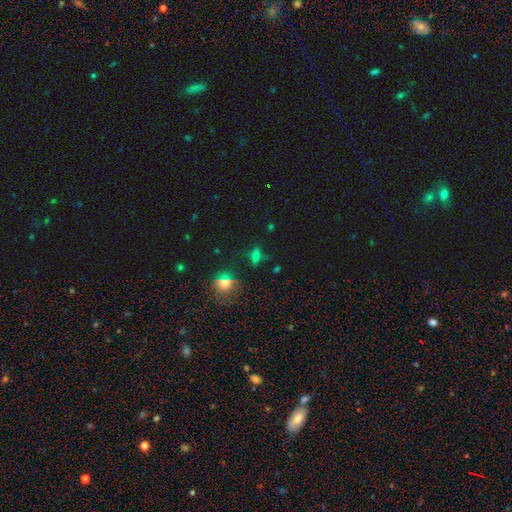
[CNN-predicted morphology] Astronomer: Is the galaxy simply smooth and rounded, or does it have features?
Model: smooth — 51% (runner-up: star or artifact, 37%).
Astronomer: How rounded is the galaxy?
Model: in between — 58%.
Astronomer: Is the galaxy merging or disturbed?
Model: none — 69%.